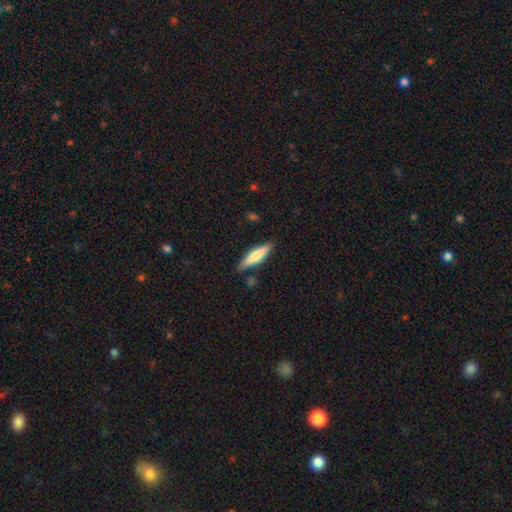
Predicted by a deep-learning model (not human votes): Smooth or featured?
  - smooth: 70% *
  - featured or disk: 25%
  - star or artifact: 6%
How rounded?
  - cigar-shaped: 76% *
  - in between: 22%
  - round: 1%
Merging?
  - none: 84% *
  - minor disturbance: 12%
  - merger: 2%
  - major disturbance: 2%